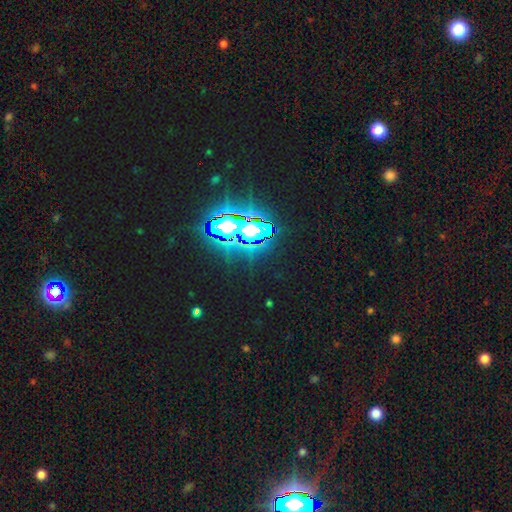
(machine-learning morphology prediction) Smooth or featured: star or artifact — 76% (smooth — 14%)